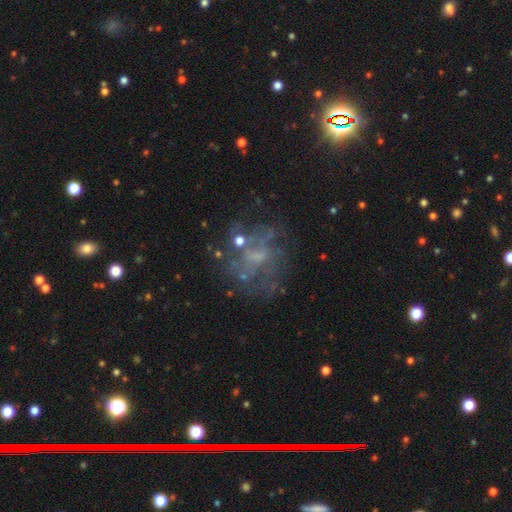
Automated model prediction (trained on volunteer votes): Smooth or featured: featured or disk — 59% (smooth — 21%)
Edge-on disk: no — 97% (yes — 3%)
Bar: no — 72% (weak — 24%)
Spiral arms: no — 65% (yes — 35%)
Bulge size: none — 36% (tied with small — 36%)
Merging: none — 55% (major disturbance — 22%)